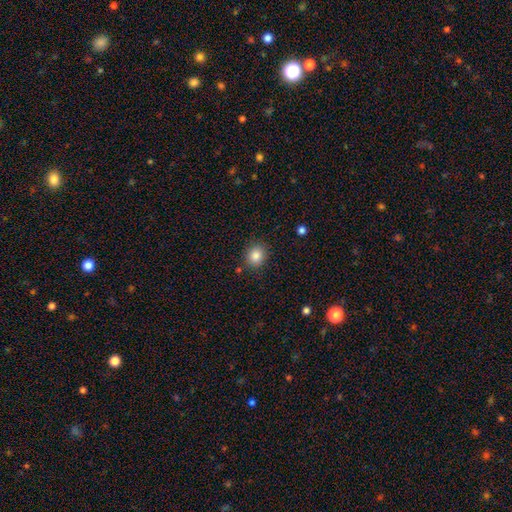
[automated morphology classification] A smooth galaxy with no disk features (85%) that is round (73%).

Vote fractions:
- Smooth or featured? smooth: 85% / star or artifact: 10% / featured or disk: 5%
- How rounded? round: 73% / in between: 26% / cigar-shaped: 1%
- Merging? none: 87% / minor disturbance: 9% / major disturbance: 3% / merger: 2%